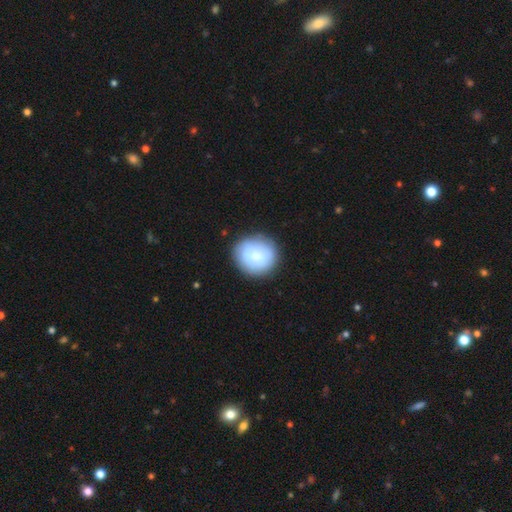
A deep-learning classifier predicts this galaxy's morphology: smooth_or_featured: smooth (p=0.76) [alt: featured or disk p=0.18]
how_rounded: round (p=0.87) [alt: in between p=0.12]
merging: none (p=0.82) [alt: minor disturbance p=0.12]